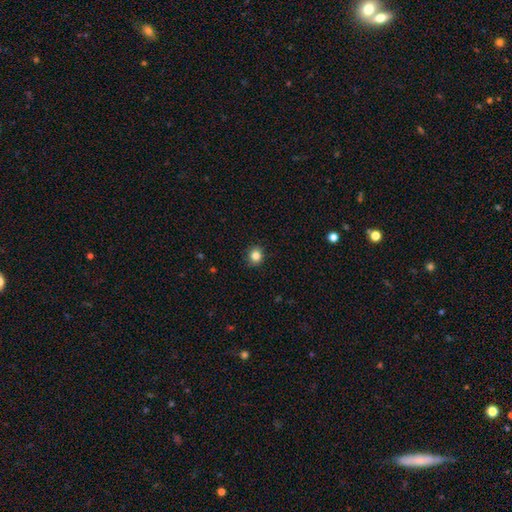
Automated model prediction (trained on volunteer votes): Smooth or featured?
  - smooth: 84% *
  - star or artifact: 11%
  - featured or disk: 5%
How rounded?
  - round: 84% *
  - in between: 15%
  - cigar-shaped: 1%
Merging?
  - none: 89% *
  - minor disturbance: 8%
  - major disturbance: 2%
  - merger: 1%